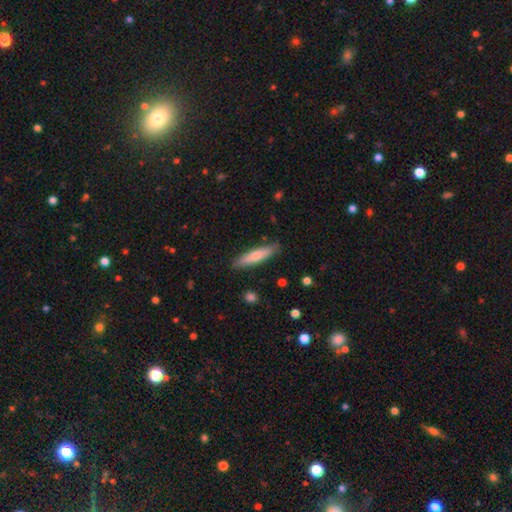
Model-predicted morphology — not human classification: This appears to be a smooth galaxy with no disk features (74%) that is cigar-shaped (81%). Merging: none (86%).